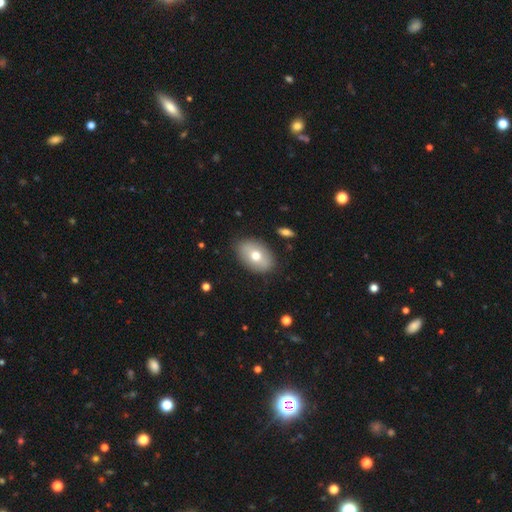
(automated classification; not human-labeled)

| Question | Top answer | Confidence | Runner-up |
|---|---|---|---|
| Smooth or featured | smooth | 67% | featured or disk (26%) |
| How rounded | in between | 85% | round (13%) |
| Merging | none | 84% | minor disturbance (11%) |